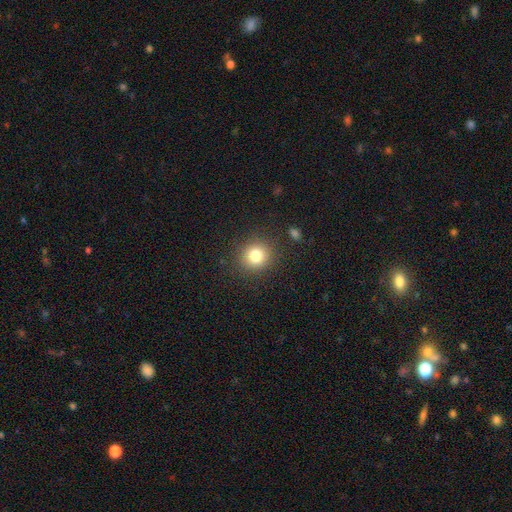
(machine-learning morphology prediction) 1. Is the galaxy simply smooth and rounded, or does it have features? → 80% smooth, 13% star or artifact, 7% featured or disk.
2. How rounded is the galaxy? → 88% round, 11% in between, 1% cigar-shaped.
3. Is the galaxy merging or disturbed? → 88% none, 7% minor disturbance, 3% major disturbance, 2% merger.